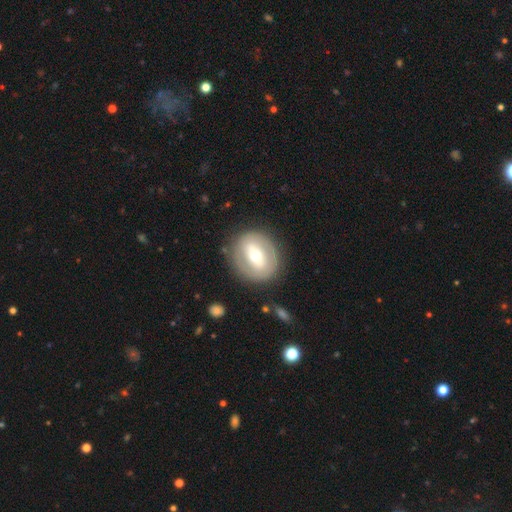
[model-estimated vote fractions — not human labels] Overall: featured or disk (59%; smooth 35%). Edge-on disk: no (93%). Bar: strong (41%; weak 34%). Spiral arms: no (74%). Bulge size: moderate (67%). Merging: none (83%).